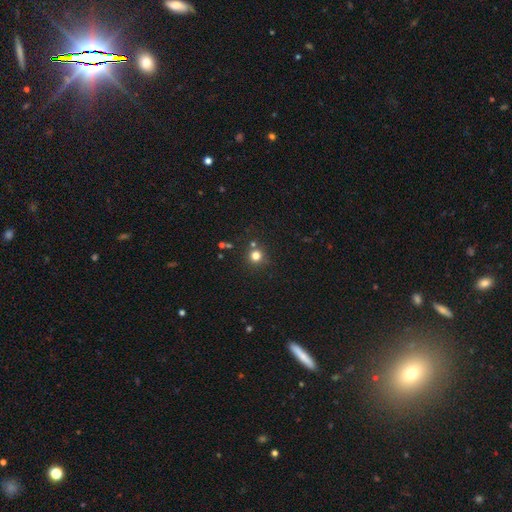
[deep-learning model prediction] Overall: smooth (77%). How rounded: round (94%). Merging: none (80%).